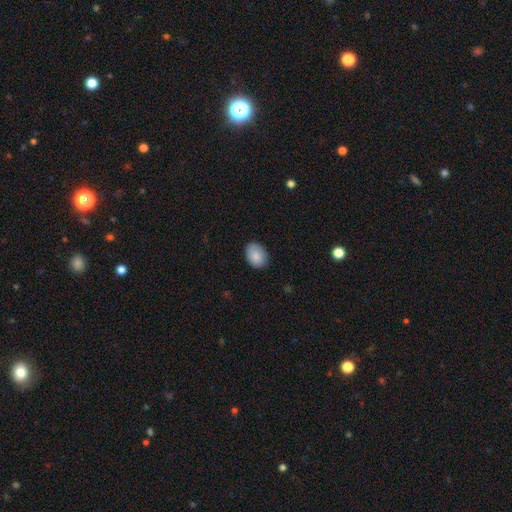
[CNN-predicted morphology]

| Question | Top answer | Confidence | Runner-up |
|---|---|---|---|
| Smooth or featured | smooth | 86% | featured or disk (7%) |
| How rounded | in between | 74% | round (25%) |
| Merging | none | 83% | minor disturbance (13%) |